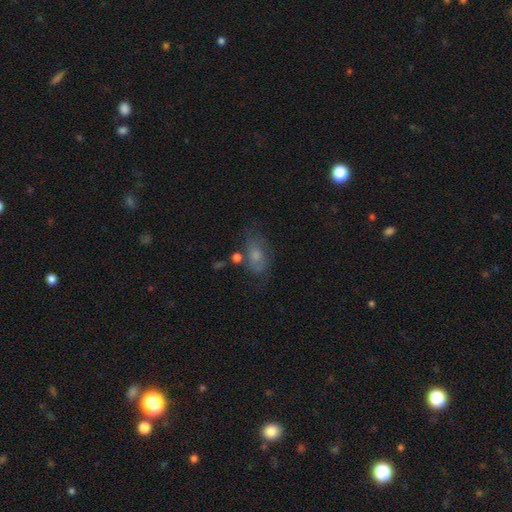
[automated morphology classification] Smooth or featured: smooth — 55% (featured or disk — 31%)
How rounded: in between — 83% (round — 12%)
Merging: none — 54% (minor disturbance — 24%)